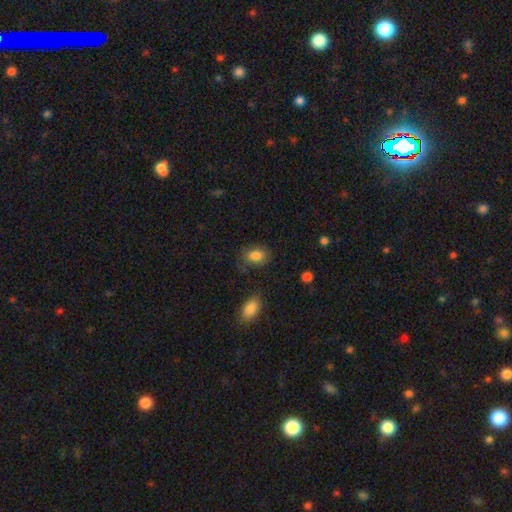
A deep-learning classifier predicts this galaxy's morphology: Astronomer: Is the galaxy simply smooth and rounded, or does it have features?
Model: smooth — 85%.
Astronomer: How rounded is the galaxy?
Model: in between — 80%.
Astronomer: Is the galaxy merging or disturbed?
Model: none — 72%.